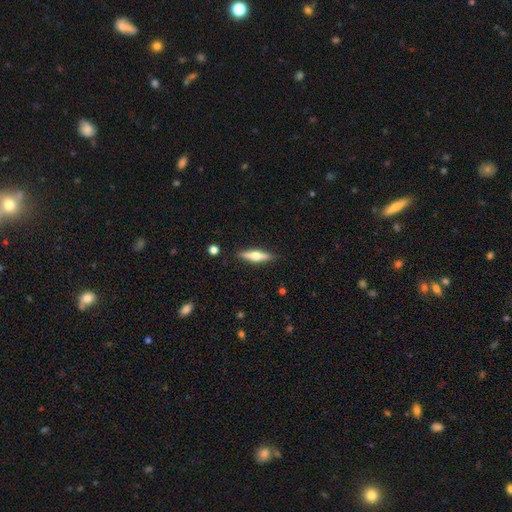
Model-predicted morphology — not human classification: smooth_or_featured: featured or disk (p=0.54) [alt: smooth p=0.41]
disk_edge_on: yes (p=0.95) [alt: no p=0.05]
edge_on_bulge: rounded (p=0.93) [alt: none p=0.04]
merging: none (p=0.89) [alt: minor disturbance p=0.08]